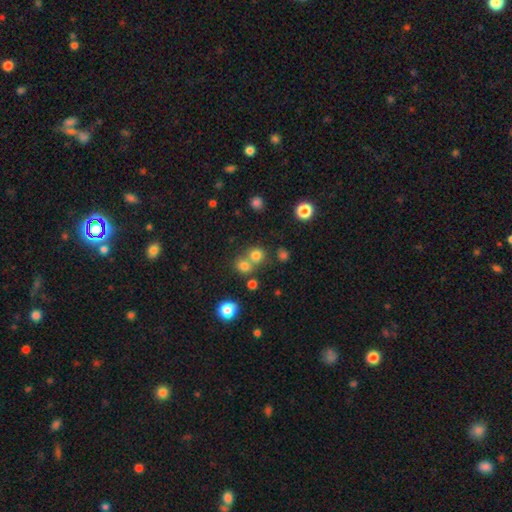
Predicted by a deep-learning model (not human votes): smooth_or_featured: smooth (p=0.75) [alt: star or artifact p=0.17]
how_rounded: round (p=0.85) [alt: in between p=0.14]
merging: none (p=0.53) [alt: merger p=0.37]